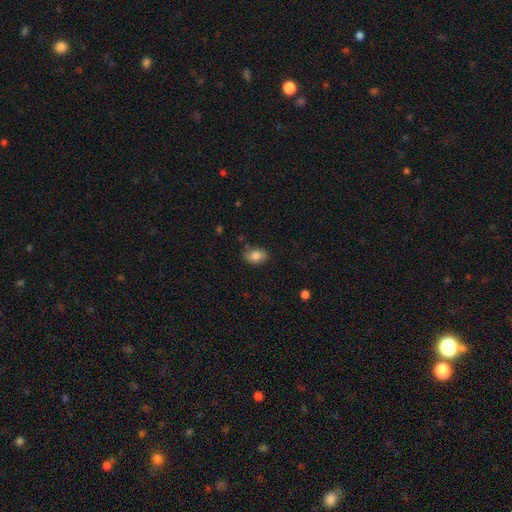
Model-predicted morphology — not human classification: Smooth or featured: smooth — 84% (featured or disk — 8%)
How rounded: in between — 81% (round — 18%)
Merging: none — 81% (minor disturbance — 14%)